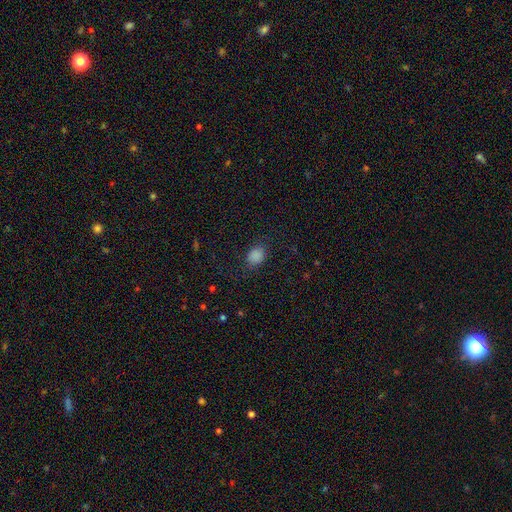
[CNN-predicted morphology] smooth-or-featured: smooth: 85% | star or artifact: 11% | featured or disk: 4%
  how-rounded: in between: 50% | round: 49% | cigar-shaped: 1%
  merging: none: 79% | minor disturbance: 14% | major disturbance: 6% | merger: 1%